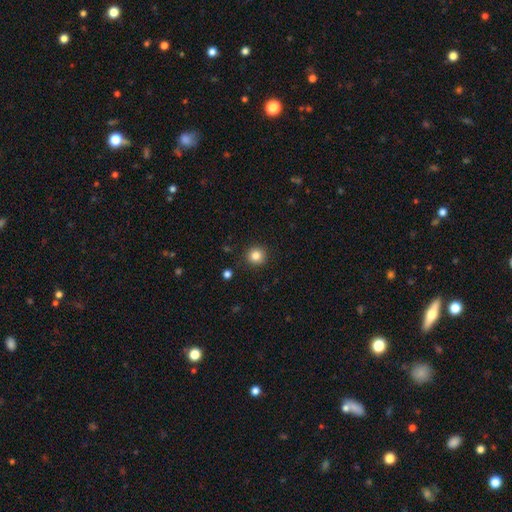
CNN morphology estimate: A smooth galaxy with no disk features (83%) that is round (93%).

Vote fractions:
- Smooth or featured? smooth: 83% / star or artifact: 11% / featured or disk: 6%
- How rounded? round: 93% / in between: 6% / cigar-shaped: 1%
- Merging? none: 91% / minor disturbance: 6% / major disturbance: 2% / merger: 1%